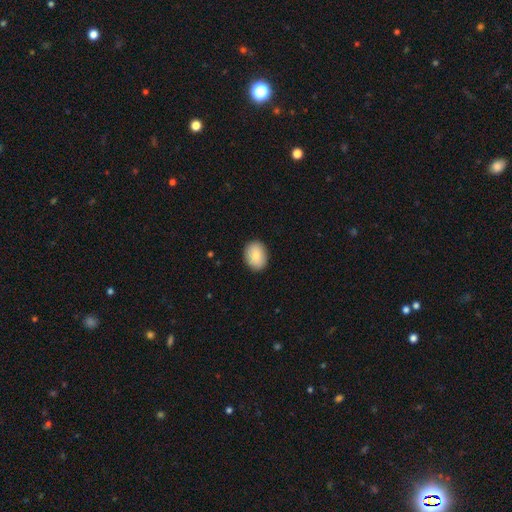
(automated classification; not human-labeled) Smooth or featured?
  - smooth: 83% *
  - featured or disk: 10%
  - star or artifact: 7%
How rounded?
  - in between: 71% *
  - round: 28%
  - cigar-shaped: 1%
Merging?
  - none: 89% *
  - minor disturbance: 8%
  - major disturbance: 2%
  - merger: 1%